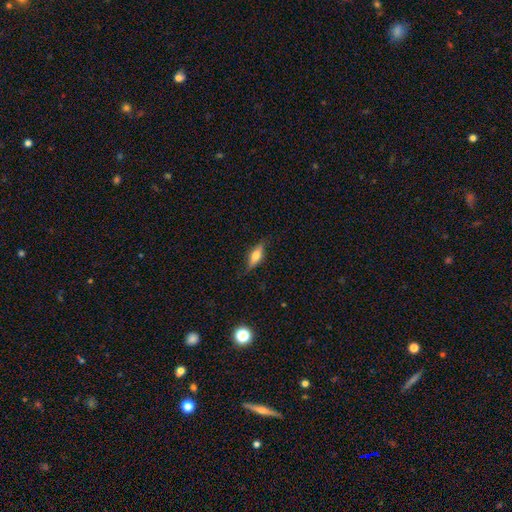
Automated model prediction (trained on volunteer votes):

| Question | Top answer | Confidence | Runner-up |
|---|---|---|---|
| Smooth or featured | smooth | 56% | featured or disk (36%) |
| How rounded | in between | 58% | cigar-shaped (38%) |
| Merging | none | 76% | minor disturbance (18%) |